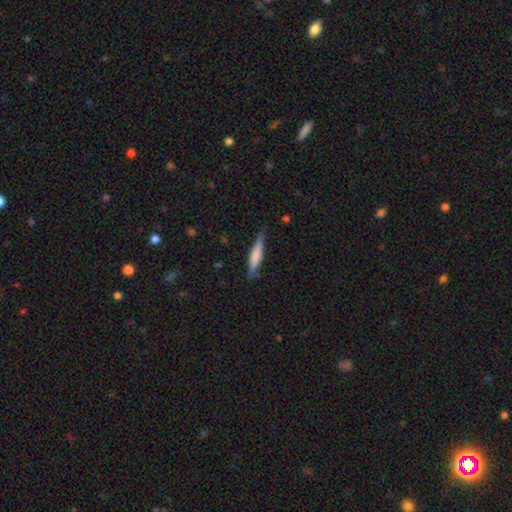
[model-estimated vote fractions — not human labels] smooth_or_featured: smooth (p=0.62) [alt: featured or disk p=0.32]
how_rounded: cigar-shaped (p=0.84) [alt: in between p=0.14]
merging: none (p=0.79) [alt: minor disturbance p=0.17]